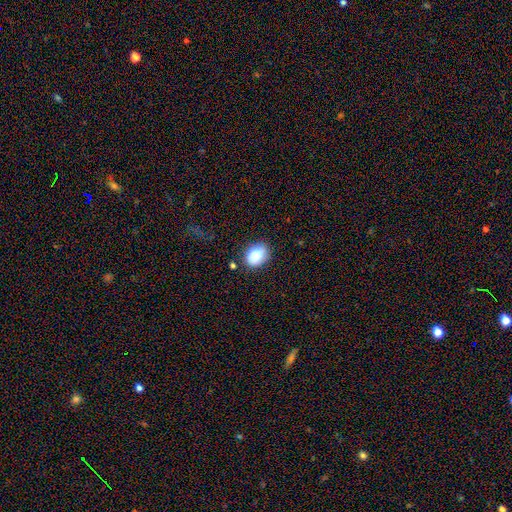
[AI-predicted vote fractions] Smooth or featured: smooth — 84% (star or artifact — 8%)
How rounded: in between — 65% (round — 34%)
Merging: none — 78% (minor disturbance — 16%)